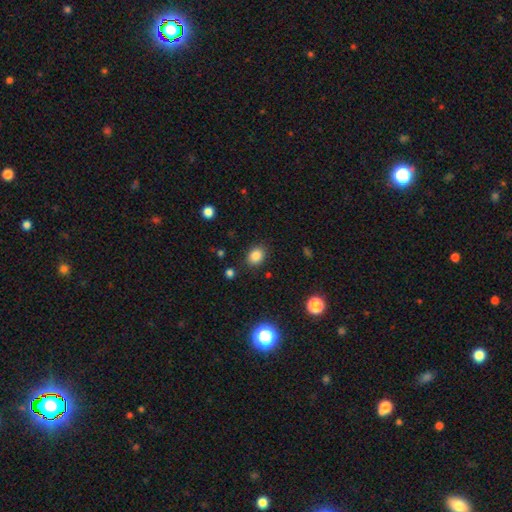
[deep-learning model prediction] Q: Smooth or featured?
A: smooth (85%); runner-up: star or artifact (11%)
Q: How rounded?
A: in between (56%); runner-up: round (43%)
Q: Merging?
A: none (85%); runner-up: minor disturbance (10%)